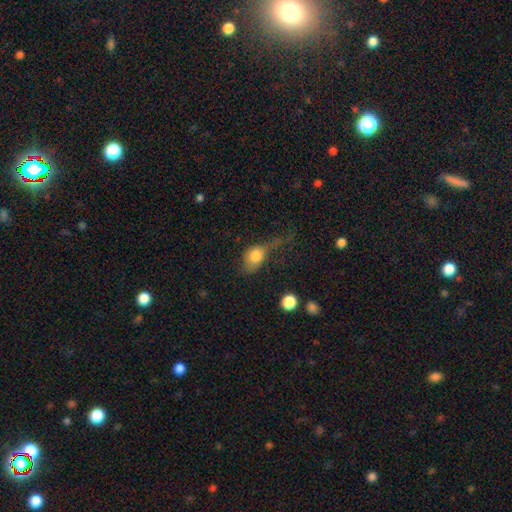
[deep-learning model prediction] Smooth or featured: smooth — 72% (featured or disk — 19%)
How rounded: in between — 60% (round — 35%)
Merging: major disturbance — 48% (minor disturbance — 26%)